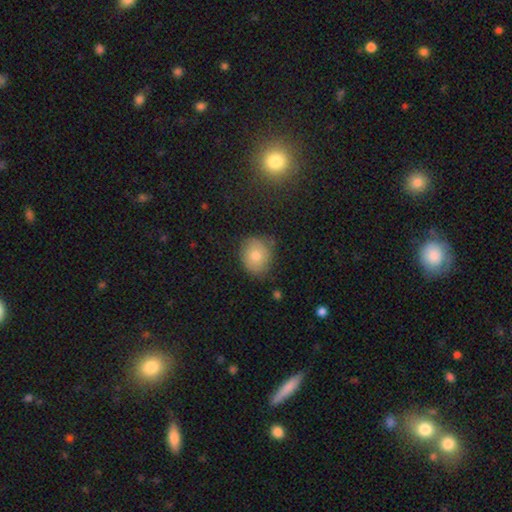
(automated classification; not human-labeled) Smooth or featured? smooth (76%)
How rounded? round (69%)
Merging? none (77%)